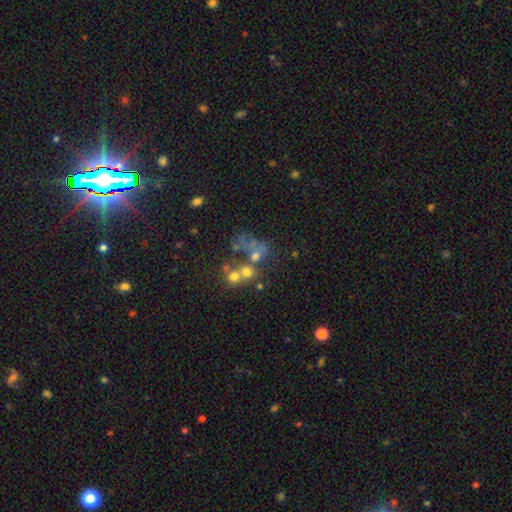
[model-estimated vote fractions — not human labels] smooth-or-featured: smooth: 48% | featured or disk: 31% | star or artifact: 22%
  merging: merger: 46% | none: 30% | major disturbance: 14% | minor disturbance: 9%